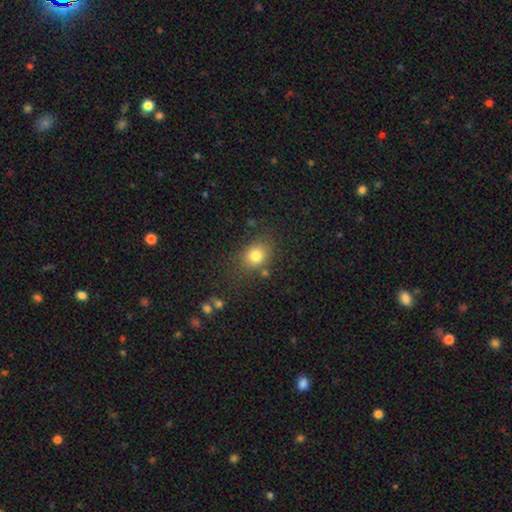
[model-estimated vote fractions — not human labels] Morphology: type=smooth (80%); roundness=round (53%); merging=none (74%).